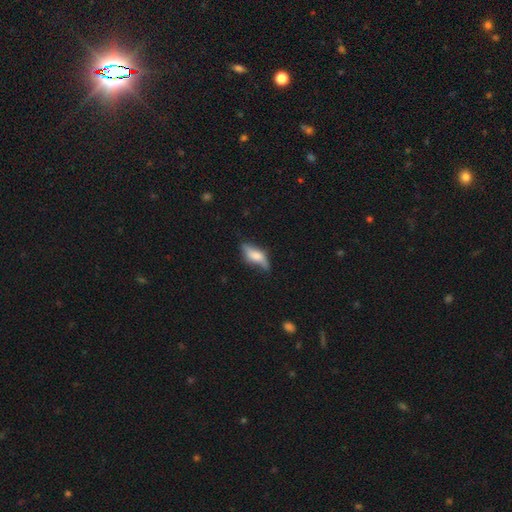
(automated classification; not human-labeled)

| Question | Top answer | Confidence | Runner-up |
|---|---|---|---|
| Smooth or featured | smooth | 56% | featured or disk (37%) |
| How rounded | in between | 67% | cigar-shaped (30%) |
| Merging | none | 59% | minor disturbance (30%) |